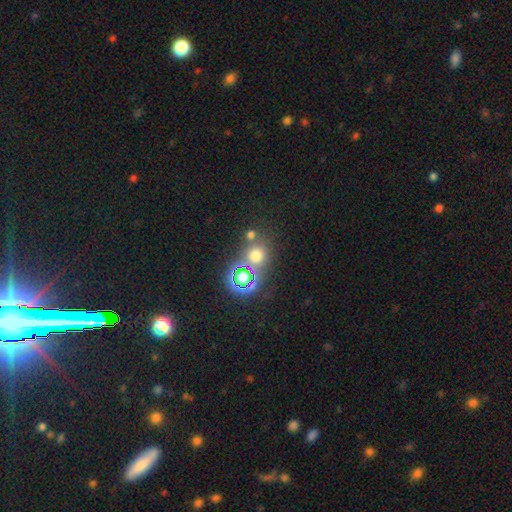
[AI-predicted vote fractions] smooth 61%, star or artifact 31%, featured or disk 8%. Down the decision tree: how rounded — round (84%); merging — none (69%).